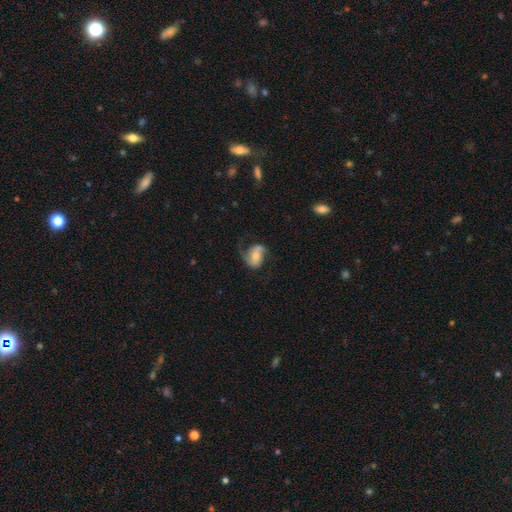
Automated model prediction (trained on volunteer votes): Overall: featured or disk (70%). Edge-on disk: no (97%). Bar: no (51%; weak 33%). Spiral arms: yes (91%). Spiral arm count: 2 (84%). Spiral winding: loose (44%; medium 41%). Bulge size: moderate (61%; small 28%). Merging: none (60%; minor disturbance 21%).